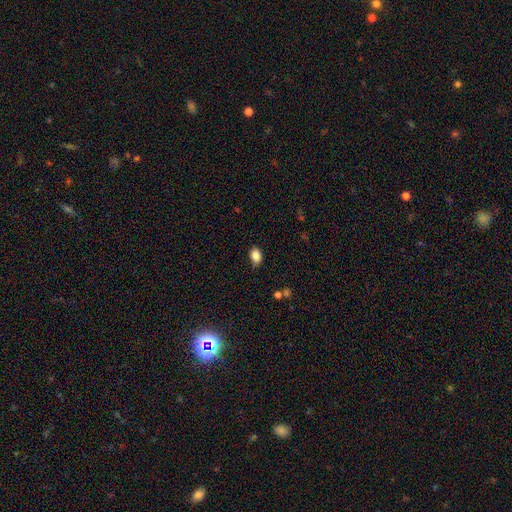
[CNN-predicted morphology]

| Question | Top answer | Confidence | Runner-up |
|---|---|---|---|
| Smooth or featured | smooth | 85% | star or artifact (9%) |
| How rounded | in between | 82% | round (16%) |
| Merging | none | 73% | minor disturbance (21%) |